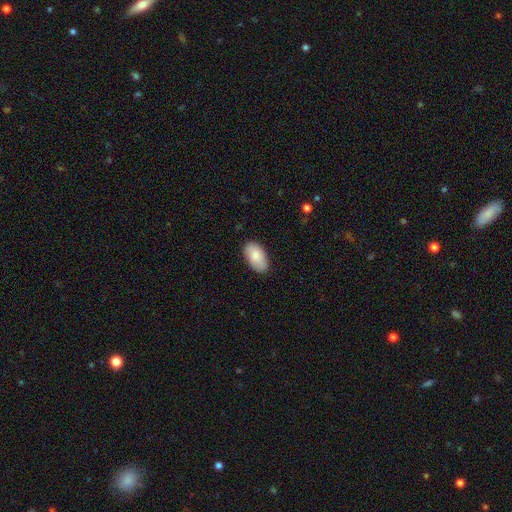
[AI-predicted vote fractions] Smooth or featured?
  - smooth: 83% *
  - featured or disk: 11%
  - star or artifact: 6%
How rounded?
  - in between: 95% *
  - round: 4%
  - cigar-shaped: 2%
Merging?
  - none: 82% *
  - minor disturbance: 14%
  - major disturbance: 2%
  - merger: 1%